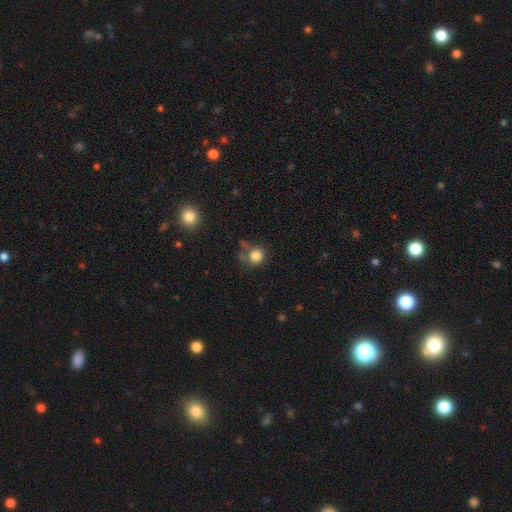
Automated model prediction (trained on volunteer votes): A smooth galaxy with no disk features (83%) that is round (89%).

Vote fractions:
- Smooth or featured? smooth: 83% / star or artifact: 11% / featured or disk: 6%
- How rounded? round: 89% / in between: 10% / cigar-shaped: 1%
- Merging? none: 61% / minor disturbance: 20% / merger: 10% / major disturbance: 10%